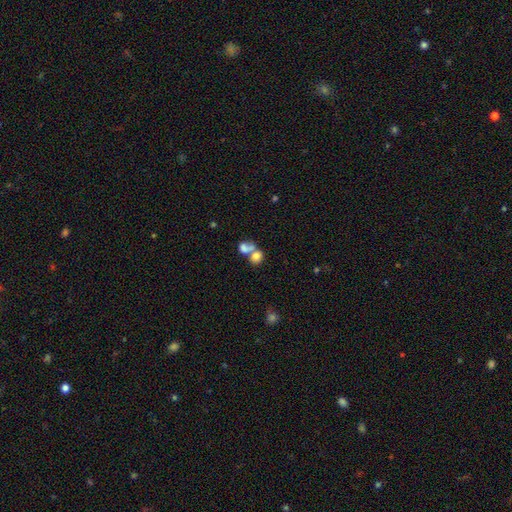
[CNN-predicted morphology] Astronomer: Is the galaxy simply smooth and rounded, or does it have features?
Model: smooth — 73%.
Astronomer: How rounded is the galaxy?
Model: in between — 53% (runner-up: round, 45%).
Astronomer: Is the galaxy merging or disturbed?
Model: merger — 63%.